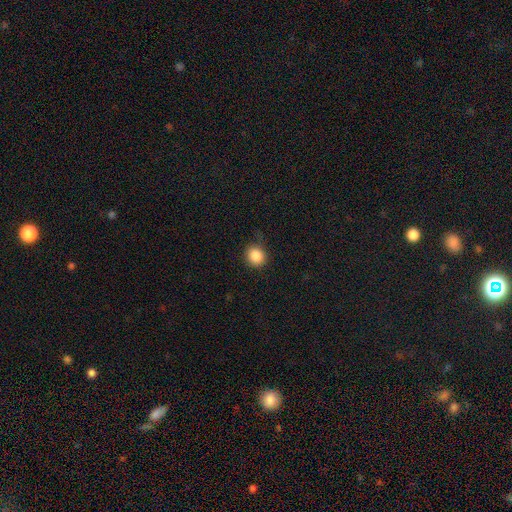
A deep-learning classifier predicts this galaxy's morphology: This is clearly a smooth galaxy (86%). How rounded: clearly round (84%). Merging: clearly none (80%).